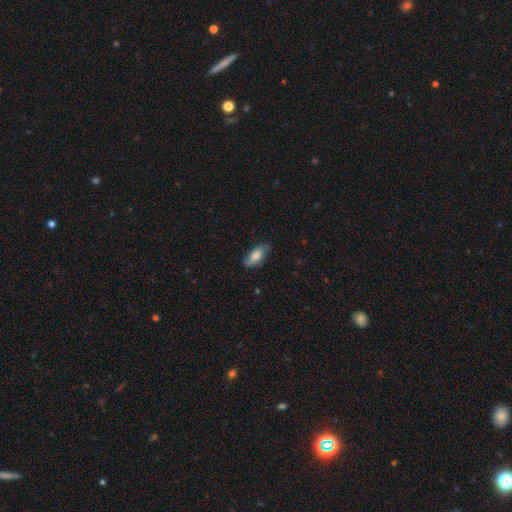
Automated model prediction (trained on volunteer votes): This is clearly a smooth galaxy (81%). How rounded: clearly in between (84%). Merging: likely none (76%).